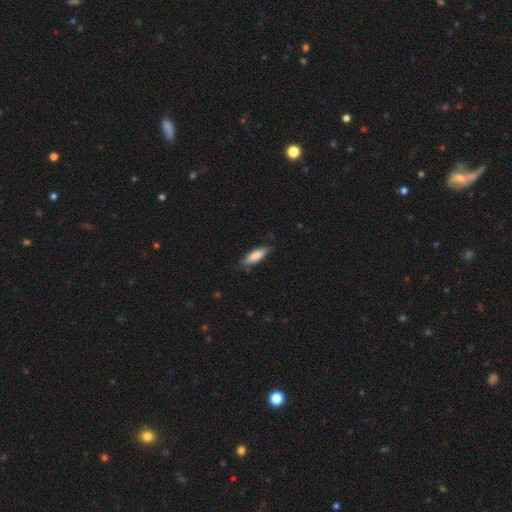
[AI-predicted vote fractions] Overall: smooth (82%). How rounded: in between (53%; cigar-shaped 45%). Merging: none (79%).